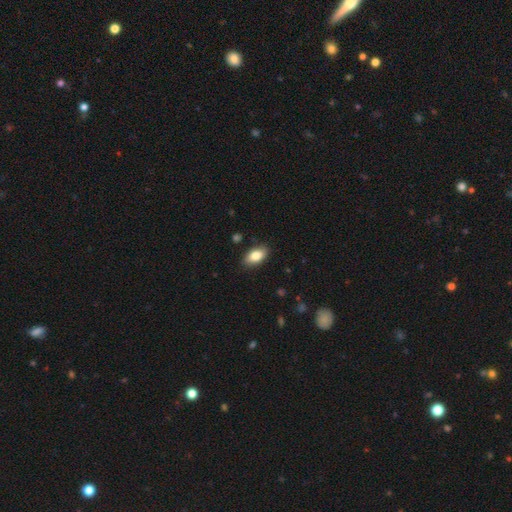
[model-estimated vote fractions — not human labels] Smooth or featured?
  - smooth: 82% *
  - featured or disk: 11%
  - star or artifact: 7%
How rounded?
  - in between: 91% *
  - round: 5%
  - cigar-shaped: 3%
Merging?
  - none: 86% *
  - minor disturbance: 11%
  - major disturbance: 2%
  - merger: 1%